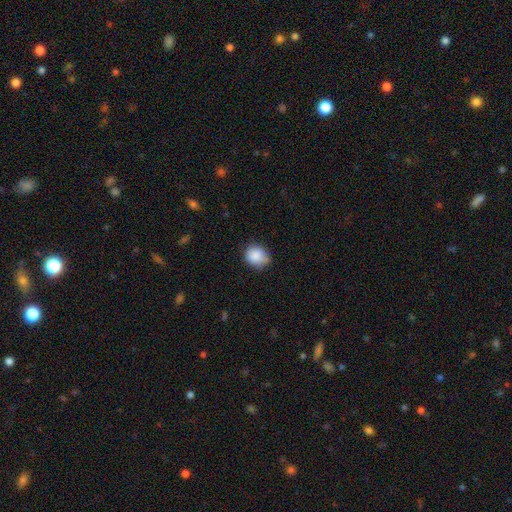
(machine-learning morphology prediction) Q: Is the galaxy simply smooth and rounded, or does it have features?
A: smooth — 87%.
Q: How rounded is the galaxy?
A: round — 73%.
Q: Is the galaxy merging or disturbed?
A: none — 73%.